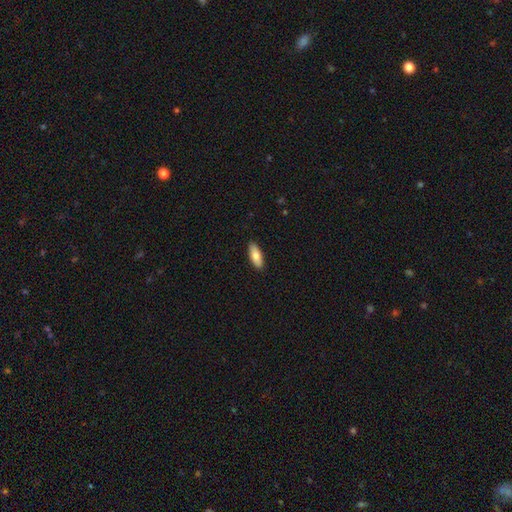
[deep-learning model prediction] smooth 77%, featured or disk 18%, star or artifact 6%. Down the decision tree: how rounded — in between (72%); merging — none (90%).